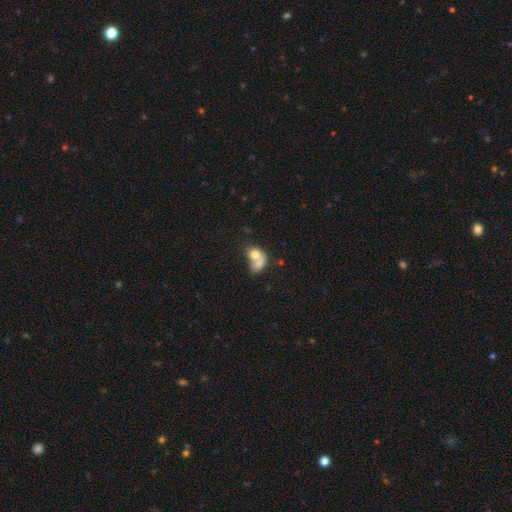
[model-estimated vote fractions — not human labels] A smooth galaxy with no disk features (68%) that is in between round and cigar-shaped (61%).

Vote fractions:
- Smooth or featured? smooth: 68% / featured or disk: 23% / star or artifact: 8%
- How rounded? in between: 61% / round: 37% / cigar-shaped: 2%
- Merging? merger: 70% / none: 14% / major disturbance: 9% / minor disturbance: 7%